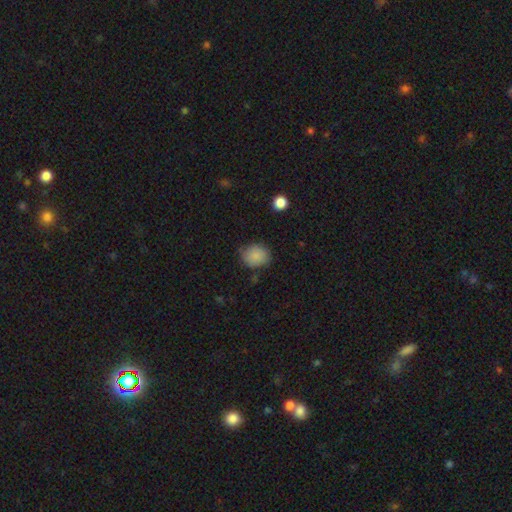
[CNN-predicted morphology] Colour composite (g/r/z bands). It shows a smooth galaxy with no disk features (86%) that is round (62%). Merging: none (76%).